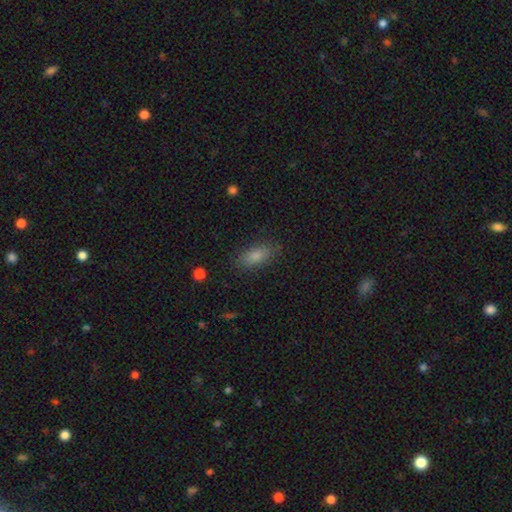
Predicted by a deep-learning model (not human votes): Smooth or featured: smooth — 79% (star or artifact — 12%)
How rounded: in between — 80% (cigar-shaped — 15%)
Merging: none — 86% (minor disturbance — 10%)